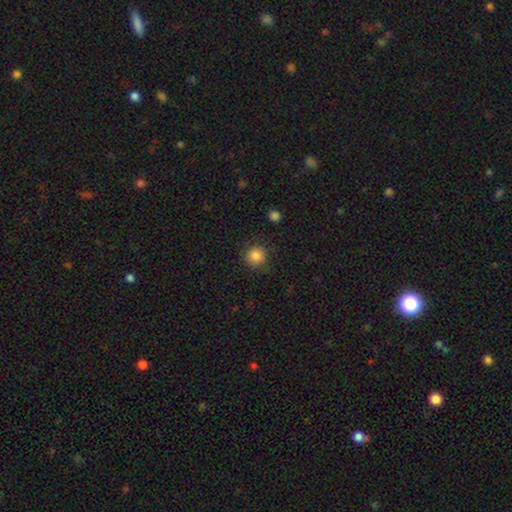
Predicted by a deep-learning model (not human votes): Smooth or featured? smooth (85%)
How rounded? round (93%)
Merging? none (86%)